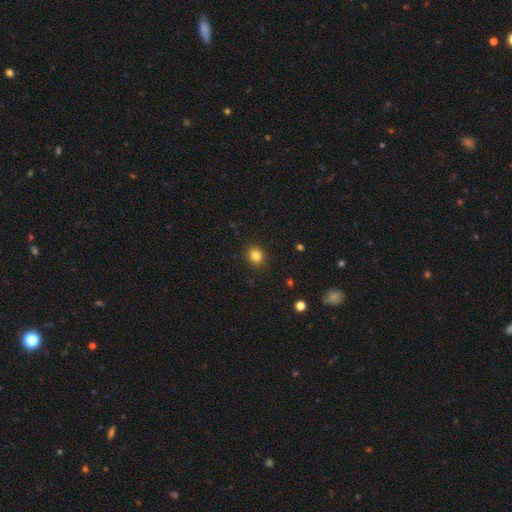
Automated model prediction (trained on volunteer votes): smooth_or_featured: smooth (p=0.84) [alt: star or artifact p=0.12]
how_rounded: round (p=0.78) [alt: in between p=0.21]
merging: none (p=0.90) [alt: minor disturbance p=0.07]